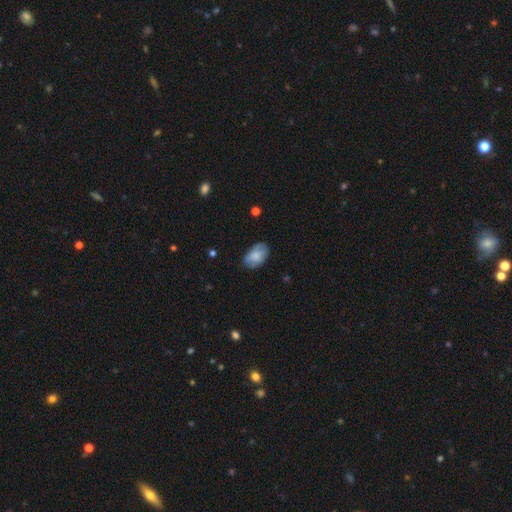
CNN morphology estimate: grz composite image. It shows a smooth galaxy with no disk features (74%) that is in between round and cigar-shaped (90%). Merging: none (68%).